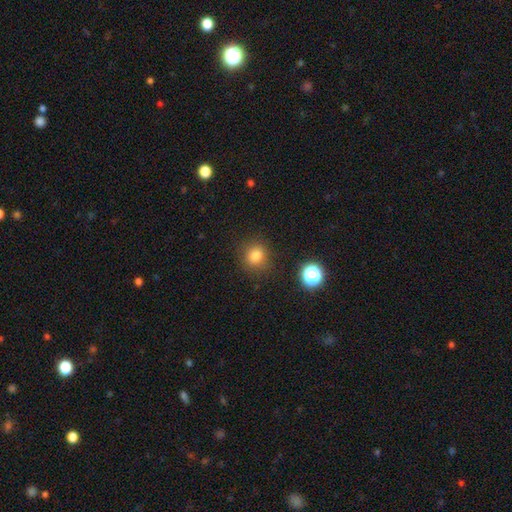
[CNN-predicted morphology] Overall: smooth (80%). How rounded: round (81%). Merging: none (84%).